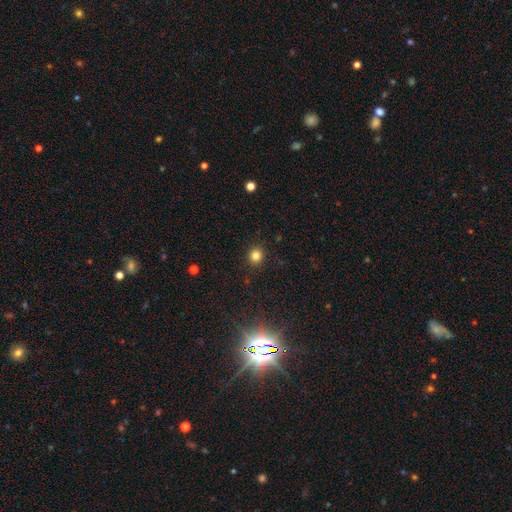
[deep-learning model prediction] A smooth galaxy with no disk features (82%) that is round (90%). Merging: none (91%).